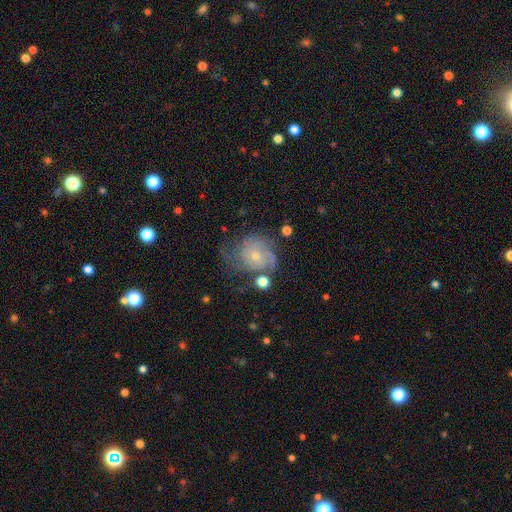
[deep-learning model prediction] This appears to be a featured or disk galaxy (70%) with no bar (80%), tight (56%) spiral arms (88%) and a small central bulge (67%). Merging: none (49%).